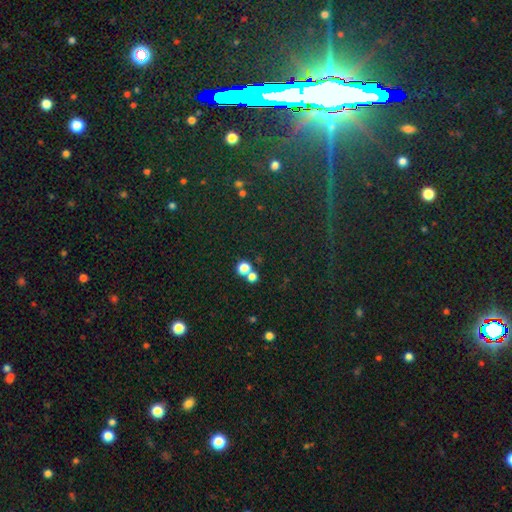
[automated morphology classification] A star or artifact, not a galaxy (81%).